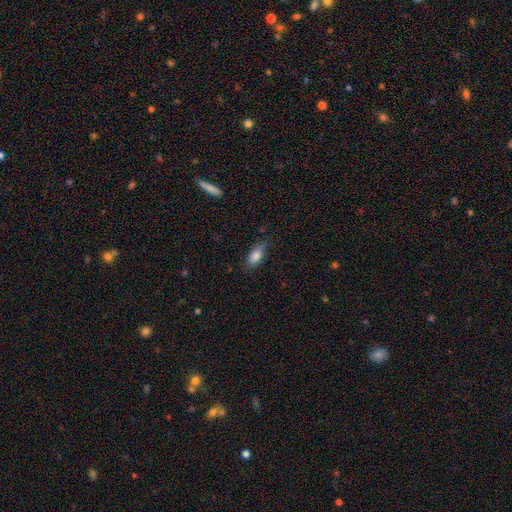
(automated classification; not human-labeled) smooth_or_featured: smooth (p=0.83) [alt: featured or disk p=0.10]
how_rounded: in between (p=0.85) [alt: cigar-shaped p=0.11]
merging: none (p=0.64) [alt: minor disturbance p=0.28]